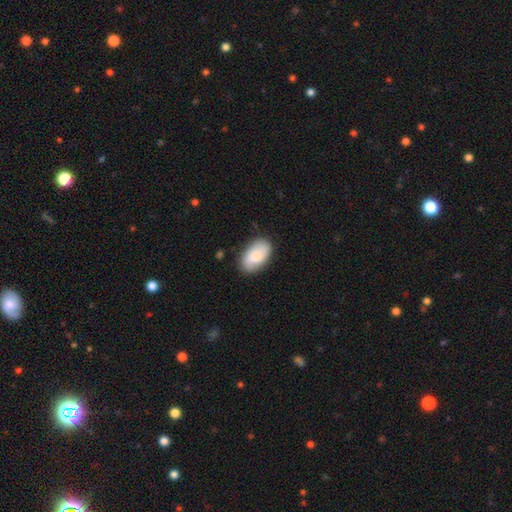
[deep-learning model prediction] smooth 75%, featured or disk 18%, star or artifact 6%. Down the decision tree: how rounded — in between (93%); merging — none (82%).